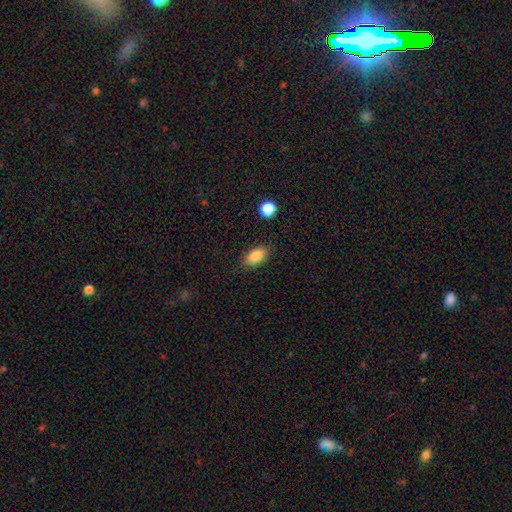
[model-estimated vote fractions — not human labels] Morphology: type=smooth (86%); roundness=in between (91%); merging=none (83%).